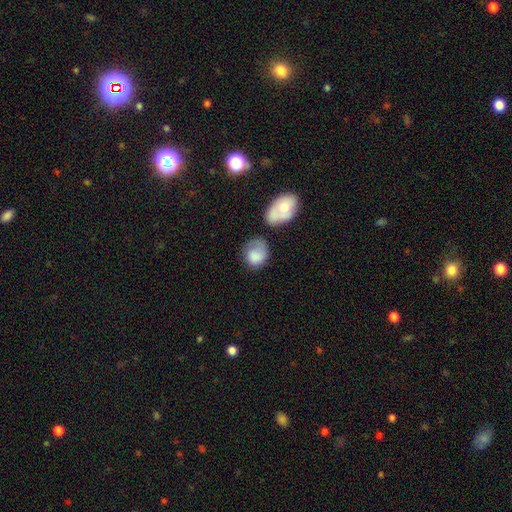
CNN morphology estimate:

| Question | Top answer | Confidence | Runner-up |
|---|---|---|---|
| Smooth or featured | smooth | 76% | featured or disk (17%) |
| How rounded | round | 57% | in between (42%) |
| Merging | none | 36% | minor disturbance (28%) |